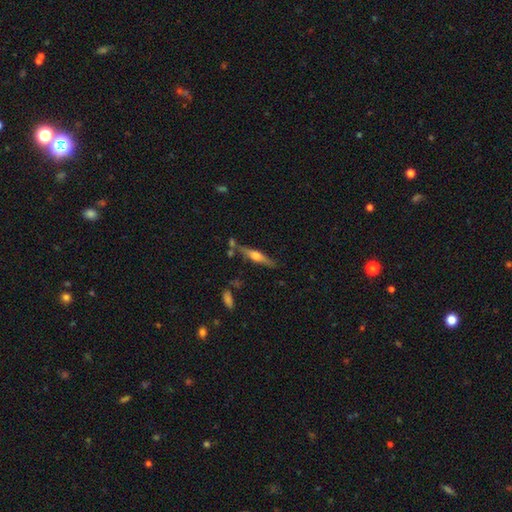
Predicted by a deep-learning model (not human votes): The model was most divided on "smooth or featured": featured or disk: 66%, smooth: 27%, star or artifact: 7%. More confident: edge-on disk — yes (96%); edge-on bulge — rounded (88%); merging — none (75%).